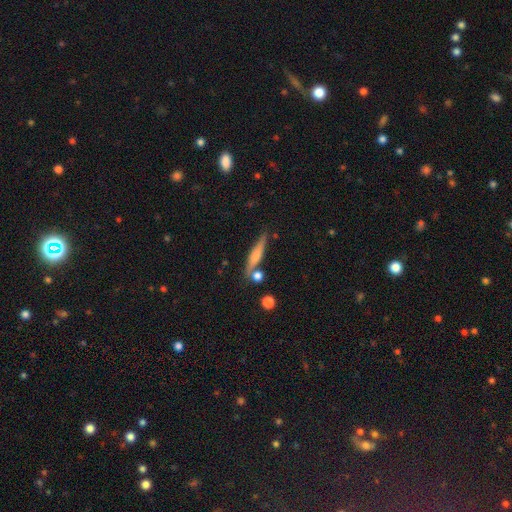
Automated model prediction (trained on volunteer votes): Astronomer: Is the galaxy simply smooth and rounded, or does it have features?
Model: smooth — 52% (runner-up: featured or disk, 41%).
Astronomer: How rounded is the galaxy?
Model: cigar-shaped — 83%.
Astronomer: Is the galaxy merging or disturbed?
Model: none — 72%.